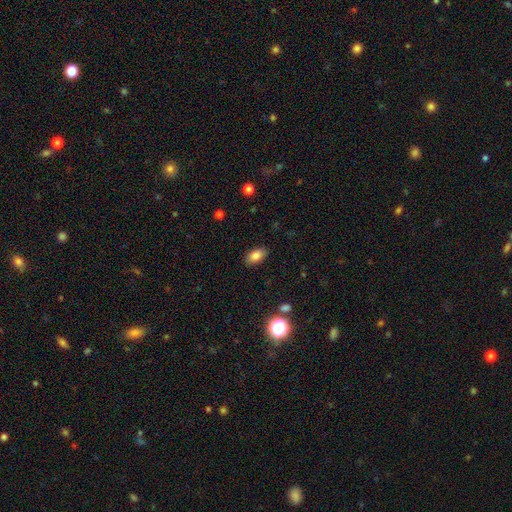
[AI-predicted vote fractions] The model was most divided on "smooth or featured": smooth: 82%, star or artifact: 10%, featured or disk: 8%. More confident: how rounded — in between (90%); merging — none (88%).